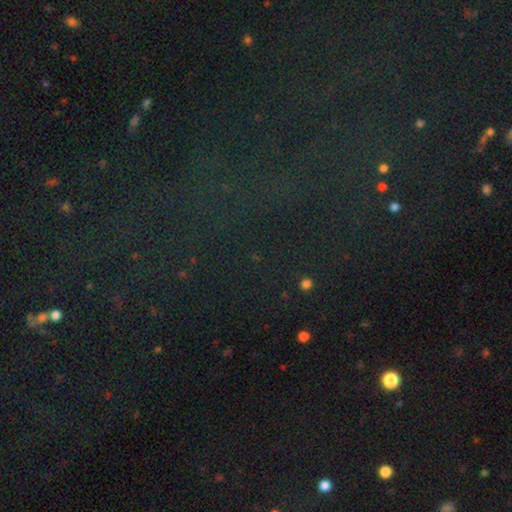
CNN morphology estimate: Smooth or featured? star or artifact (78%)